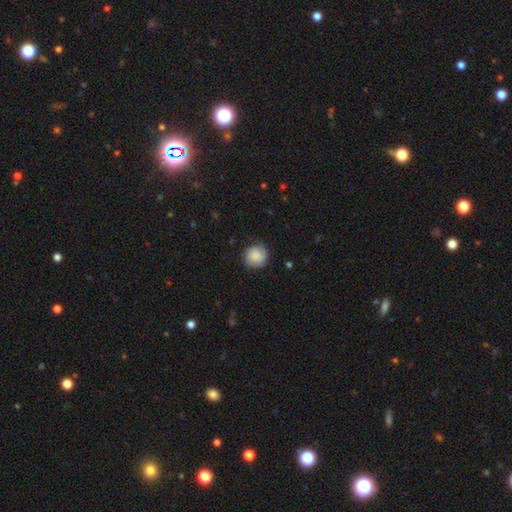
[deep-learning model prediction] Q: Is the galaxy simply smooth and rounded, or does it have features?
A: smooth — 79%.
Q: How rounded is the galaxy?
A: round — 91%.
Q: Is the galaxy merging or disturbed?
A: none — 82%.